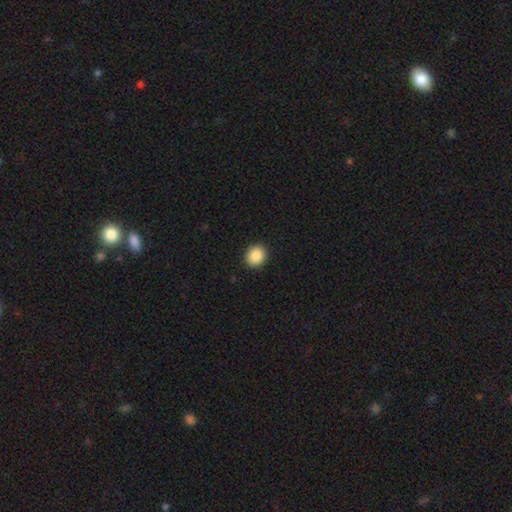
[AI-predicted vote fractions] smooth-or-featured: smooth: 88% | star or artifact: 8% | featured or disk: 3%
  how-rounded: round: 80% | in between: 19% | cigar-shaped: 1%
  merging: none: 92% | minor disturbance: 5% | major disturbance: 2% | merger: 1%